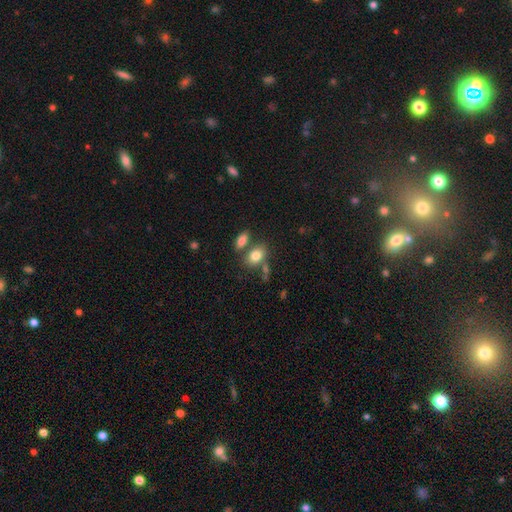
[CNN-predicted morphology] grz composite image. It shows a smooth galaxy with no disk features (81%) that is in between round and cigar-shaped (81%). Merging: none (57%).